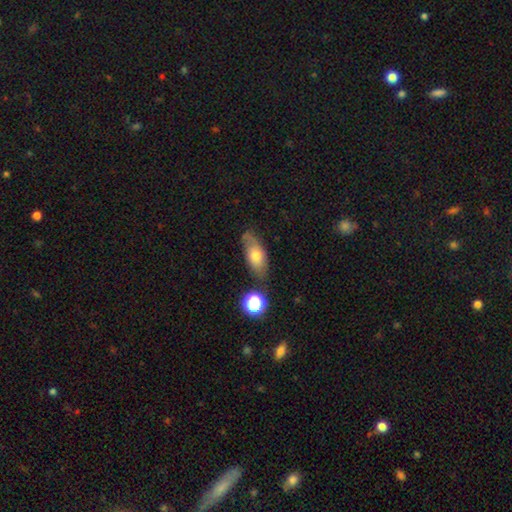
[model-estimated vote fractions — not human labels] Smooth or featured?
  - smooth: 67% *
  - featured or disk: 24%
  - star or artifact: 9%
How rounded?
  - in between: 79% *
  - cigar-shaped: 13%
  - round: 7%
Merging?
  - none: 65% *
  - minor disturbance: 22%
  - major disturbance: 7%
  - merger: 6%